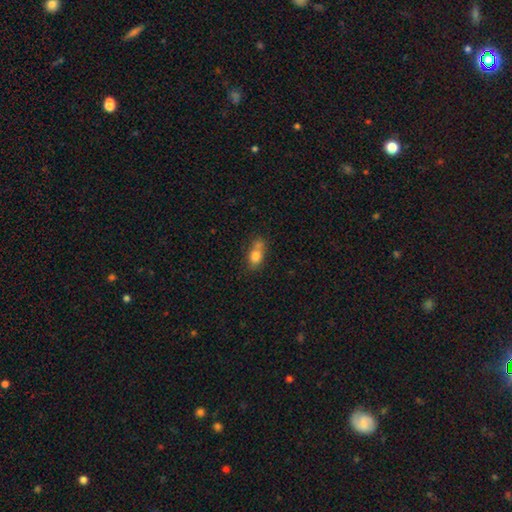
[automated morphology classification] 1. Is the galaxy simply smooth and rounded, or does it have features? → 78% smooth, 13% featured or disk, 10% star or artifact.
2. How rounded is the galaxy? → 70% in between, 26% round, 5% cigar-shaped.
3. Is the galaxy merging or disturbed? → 43% none, 28% merger, 22% minor disturbance, 7% major disturbance.